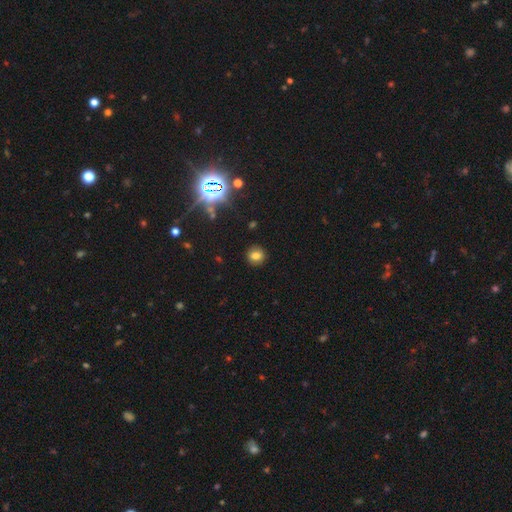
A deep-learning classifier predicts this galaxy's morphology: smooth_or_featured: smooth (p=0.75) [alt: star or artifact p=0.15]
how_rounded: round (p=0.85) [alt: in between p=0.14]
merging: none (p=0.89) [alt: minor disturbance p=0.08]